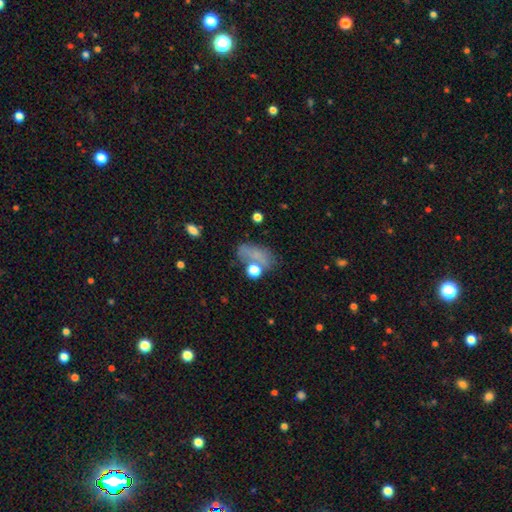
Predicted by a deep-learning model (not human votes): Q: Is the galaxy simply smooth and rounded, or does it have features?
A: smooth — 61%.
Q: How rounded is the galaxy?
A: in between — 76%.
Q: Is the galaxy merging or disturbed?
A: none — 50%.